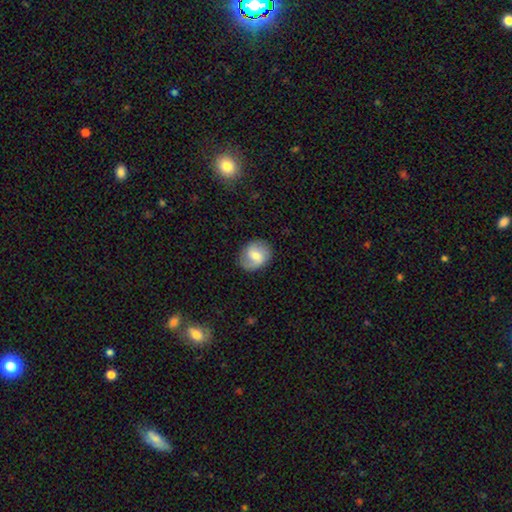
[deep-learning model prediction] Overall: featured or disk (48%; smooth 45%). Merging: none (81%).